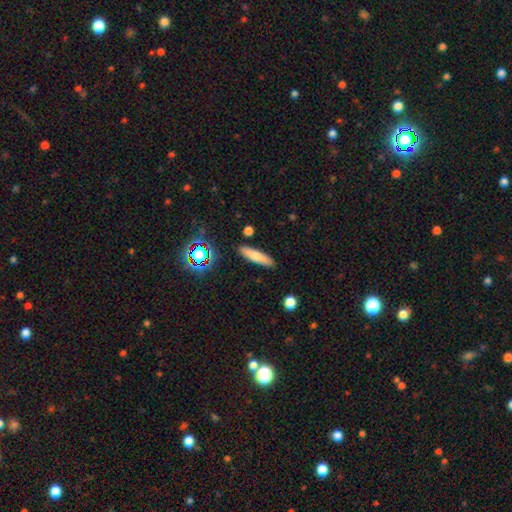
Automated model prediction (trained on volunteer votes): A smooth galaxy with no disk features (73%) that is cigar-shaped (74%).

Vote fractions:
- Smooth or featured? smooth: 73% / featured or disk: 18% / star or artifact: 10%
- How rounded? cigar-shaped: 74% / in between: 23% / round: 2%
- Merging? none: 88% / minor disturbance: 8% / merger: 2% / major disturbance: 2%